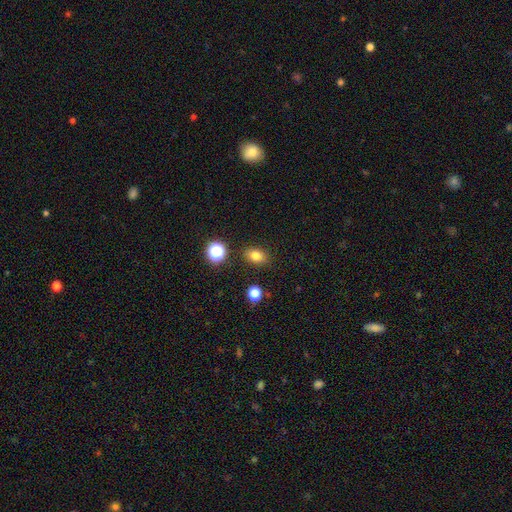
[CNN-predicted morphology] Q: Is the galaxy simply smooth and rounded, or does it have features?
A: smooth — 79%.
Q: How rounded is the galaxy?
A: in between — 70%.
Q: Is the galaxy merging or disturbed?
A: none — 85%.